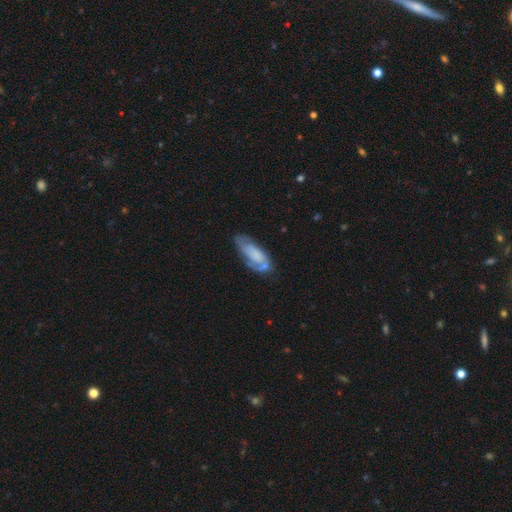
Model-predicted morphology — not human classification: Smooth or featured?
  - featured or disk: 51% *
  - smooth: 42%
  - star or artifact: 7%
Edge-on disk?
  - no: 88% *
  - yes: 12%
Merging?
  - none: 53% *
  - minor disturbance: 28%
  - major disturbance: 14%
  - merger: 5%